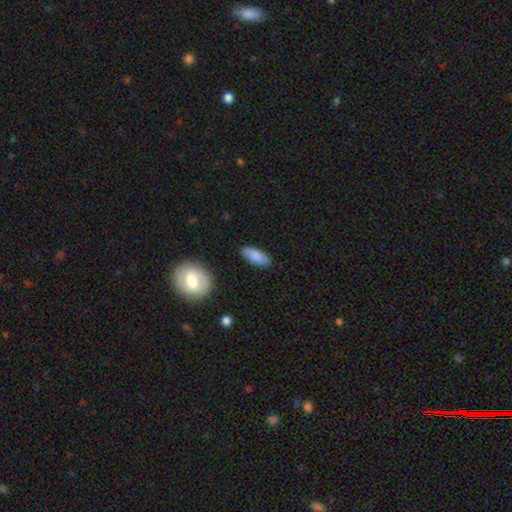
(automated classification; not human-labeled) This appears to be a smooth galaxy with no disk features (79%) that is in between round and cigar-shaped (79%). Merging: none (81%).